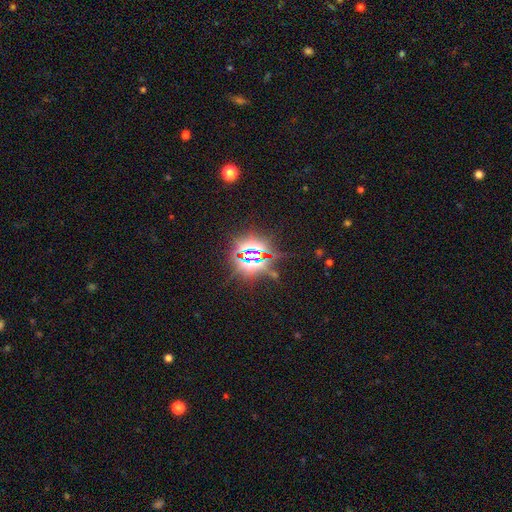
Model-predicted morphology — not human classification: Overall: star or artifact (81%).